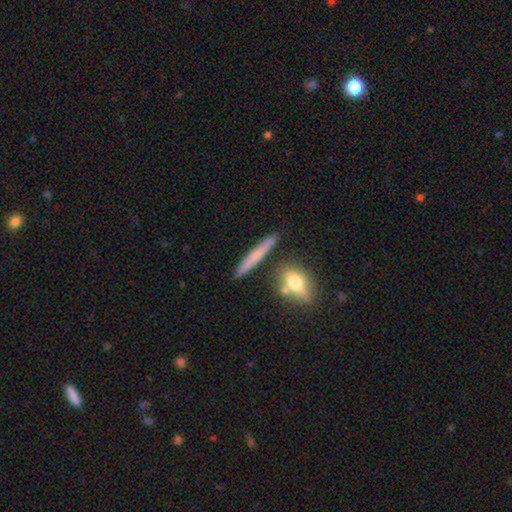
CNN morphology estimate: smooth 55%, featured or disk 37%, star or artifact 7%. Down the decision tree: how rounded — cigar-shaped (90%); merging — none (81%).